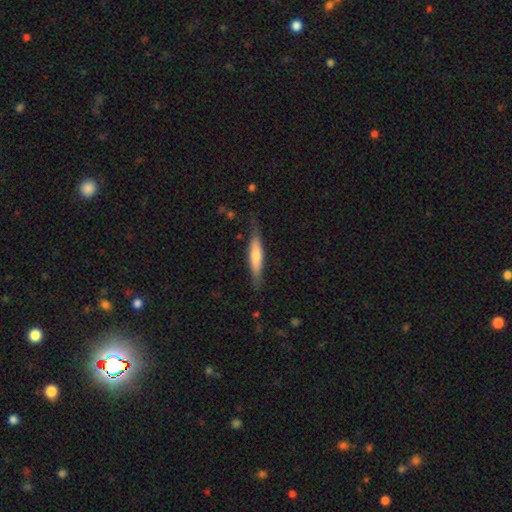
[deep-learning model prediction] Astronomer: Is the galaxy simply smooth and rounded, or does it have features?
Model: smooth — 52% (runner-up: featured or disk, 42%).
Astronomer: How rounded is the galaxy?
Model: cigar-shaped — 88%.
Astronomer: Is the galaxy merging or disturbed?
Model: none — 79%.